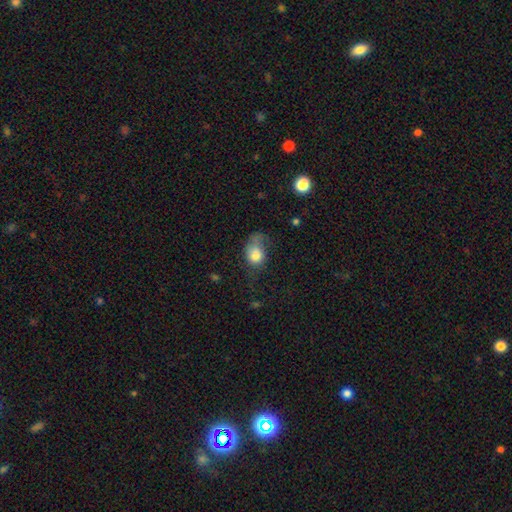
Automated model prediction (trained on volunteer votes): Morphology: type=smooth (74%); roundness=in between (59%); merging=major disturbance (42%).